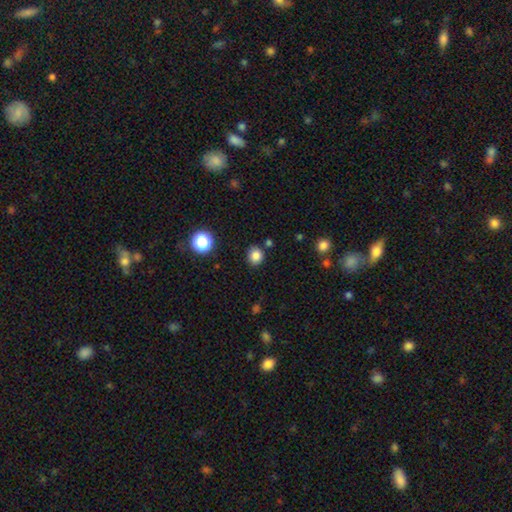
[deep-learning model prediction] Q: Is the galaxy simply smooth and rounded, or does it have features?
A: smooth — 83%.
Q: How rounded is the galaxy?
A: round — 78%.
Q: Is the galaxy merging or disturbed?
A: none — 83%.